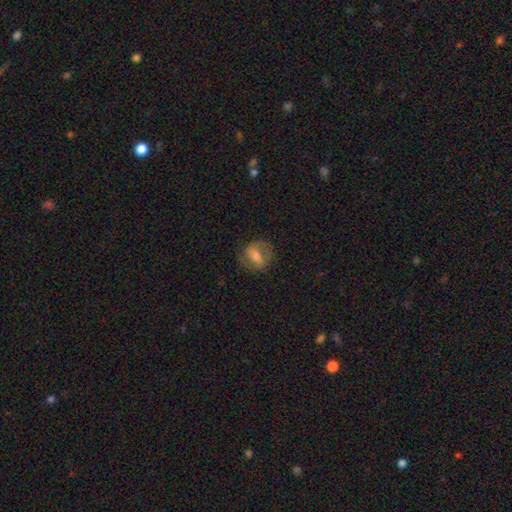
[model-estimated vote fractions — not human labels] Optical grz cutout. It shows a featured or disk galaxy (55%) with a weak bar (43%), spiral arms (78%) and a moderate central bulge (57%). Merging: none (73%).